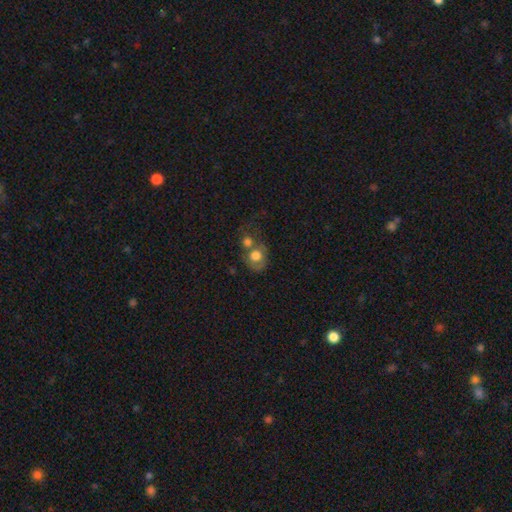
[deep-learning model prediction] smooth_or_featured: smooth (p=0.68) [alt: featured or disk p=0.23]
how_rounded: round (p=0.63) [alt: in between p=0.36]
merging: merger (p=0.51) [alt: none p=0.26]